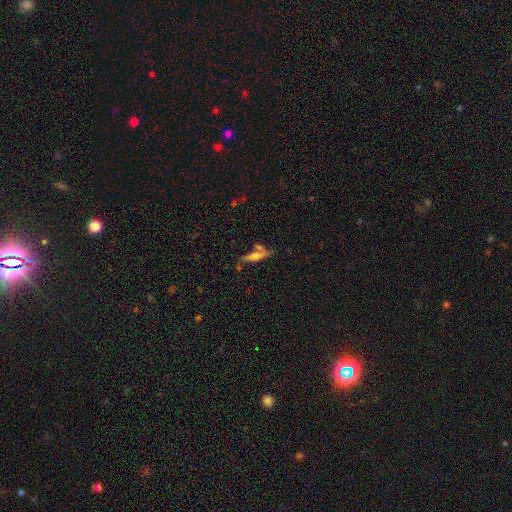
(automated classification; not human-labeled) A featured or disk galaxy (49%).

Vote fractions:
- Smooth or featured? featured or disk: 49% / smooth: 43% / star or artifact: 8%
- Merging? none: 59% / merger: 19% / minor disturbance: 16% / major disturbance: 6%